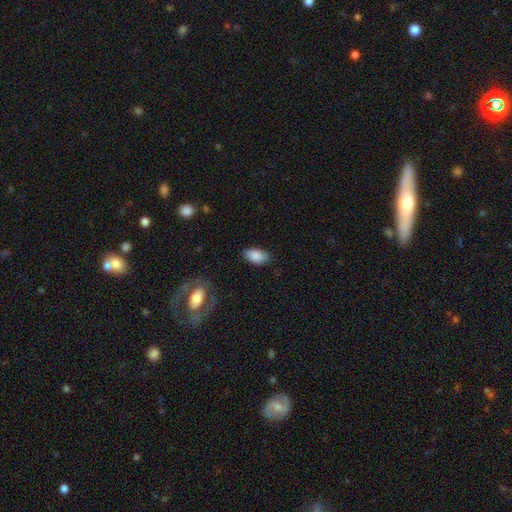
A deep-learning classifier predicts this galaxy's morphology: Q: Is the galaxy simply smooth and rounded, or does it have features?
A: smooth — 86%.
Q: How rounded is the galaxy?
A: in between — 93%.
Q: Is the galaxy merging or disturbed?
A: none — 80%.